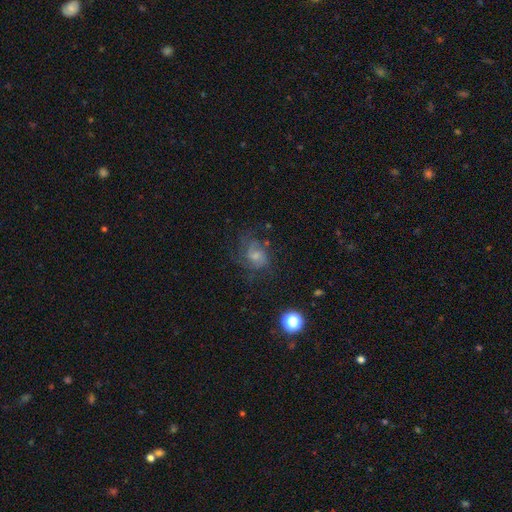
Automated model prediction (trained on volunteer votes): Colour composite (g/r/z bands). It shows a featured or disk galaxy (55%) with no bar (66%), spiral arms (81%) and a small central bulge (46%). Merging: none (61%).